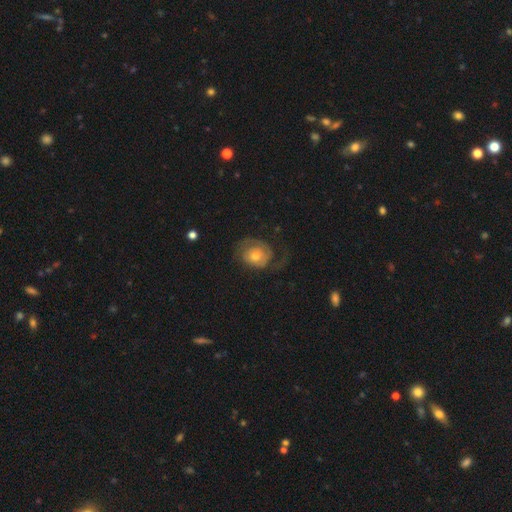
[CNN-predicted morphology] Overall: featured or disk (64%; smooth 29%). Edge-on disk: no (97%). Bar: no (77%). Spiral arms: yes (84%). Spiral arm count: 2 (54%; 1 25%). Spiral winding: tight (39%; medium 34%). Bulge size: moderate (66%). Merging: none (52%; major disturbance 27%).